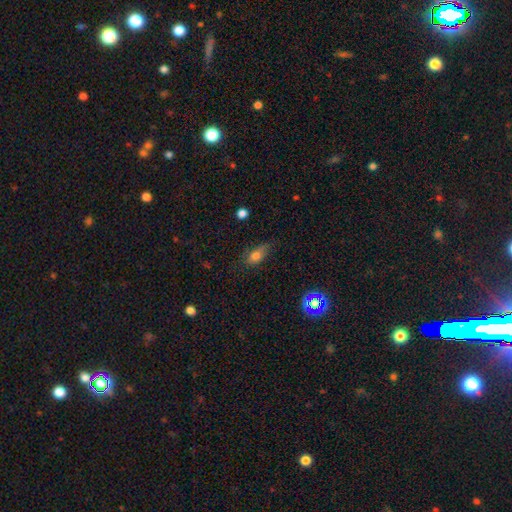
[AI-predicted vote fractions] A smooth galaxy with no disk features (76%) that is in between round and cigar-shaped (80%).

Vote fractions:
- Smooth or featured? smooth: 76% / featured or disk: 13% / star or artifact: 11%
- How rounded? in between: 80% / round: 10% / cigar-shaped: 9%
- Merging? none: 53% / minor disturbance: 33% / major disturbance: 12% / merger: 2%